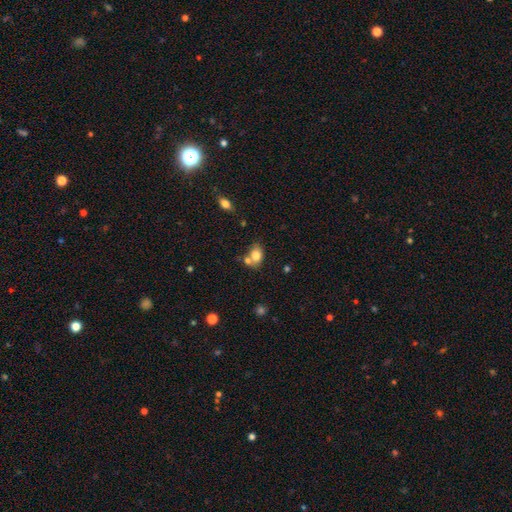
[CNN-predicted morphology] A smooth galaxy with no disk features (77%) that is in between round and cigar-shaped (69%). Merging: none (43%).